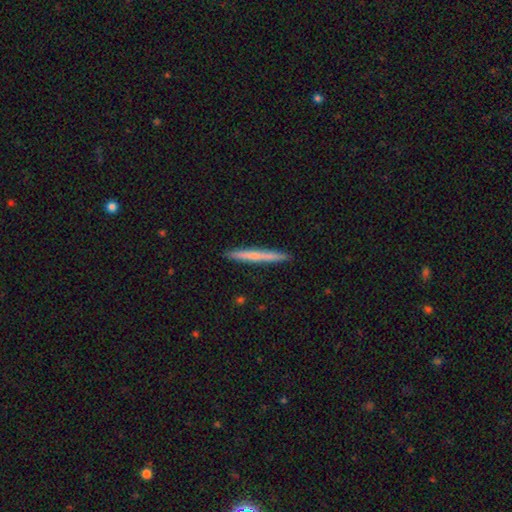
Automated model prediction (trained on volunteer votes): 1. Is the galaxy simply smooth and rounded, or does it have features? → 58% smooth, 37% featured or disk, 5% star or artifact.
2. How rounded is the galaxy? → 97% cigar-shaped, 2% in between, 1% round.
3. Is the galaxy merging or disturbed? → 93% none, 5% minor disturbance, 1% major disturbance, 1% merger.